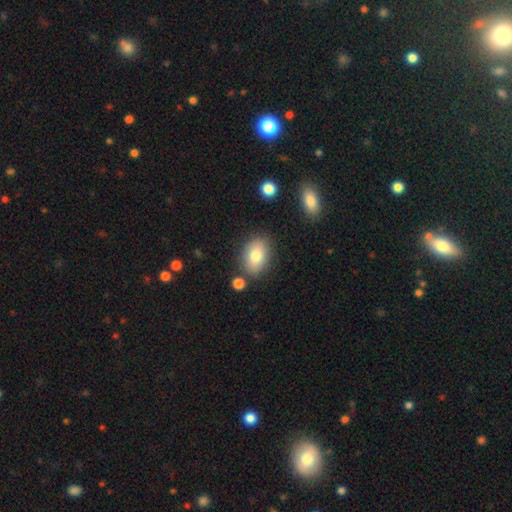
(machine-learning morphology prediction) This is likely a smooth galaxy (80%). How rounded: clearly in between (83%). Merging: likely none (79%).